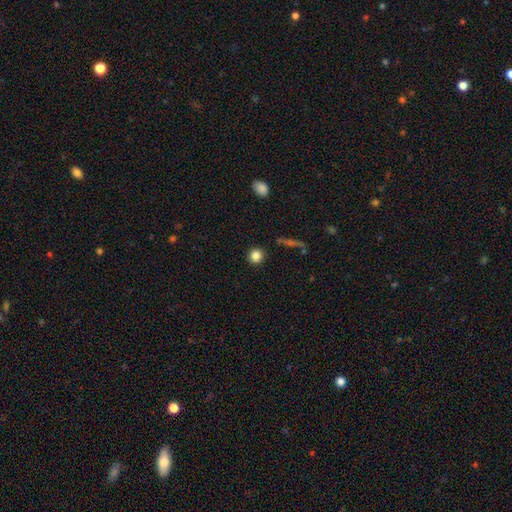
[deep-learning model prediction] Smooth or featured? smooth (84%)
How rounded? round (92%)
Merging? none (90%)